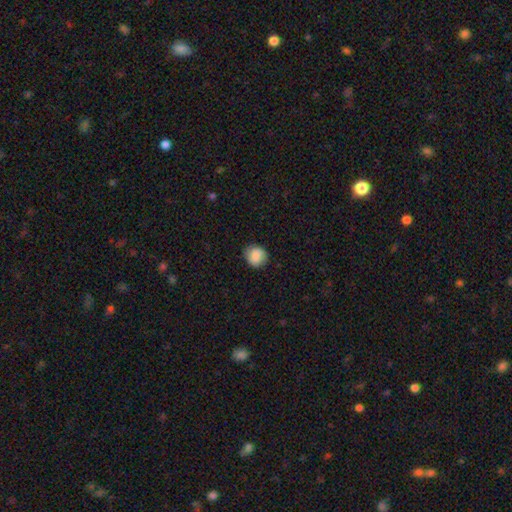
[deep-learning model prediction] Smooth or featured: smooth — 85% (star or artifact — 8%)
How rounded: round — 85% (in between — 14%)
Merging: none — 82% (minor disturbance — 13%)